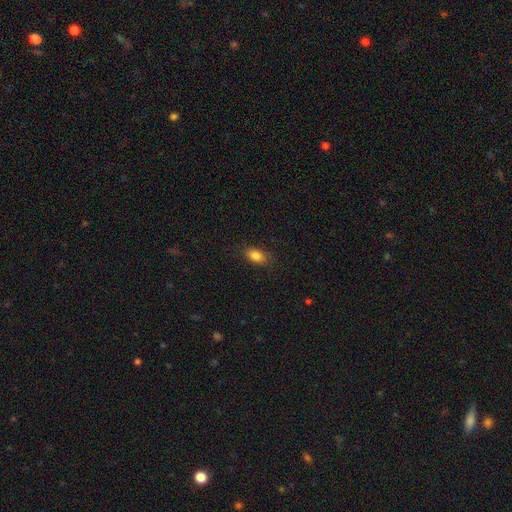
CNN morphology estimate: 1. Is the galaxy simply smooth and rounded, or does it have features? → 84% smooth, 9% star or artifact, 7% featured or disk.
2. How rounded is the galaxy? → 86% in between, 11% round, 3% cigar-shaped.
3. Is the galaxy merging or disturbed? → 83% none, 13% minor disturbance, 3% major disturbance, 1% merger.